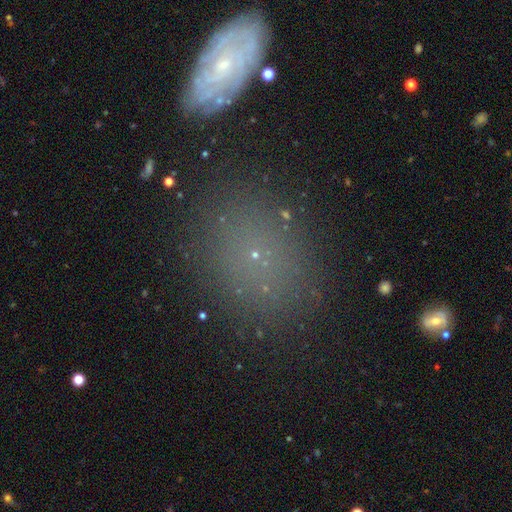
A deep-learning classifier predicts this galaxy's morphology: smooth-or-featured: smooth: 53% | star or artifact: 29% | featured or disk: 17%
  how-rounded: round: 53% | in between: 44% | cigar-shaped: 2%
  merging: none: 82% | minor disturbance: 10% | major disturbance: 4% | merger: 4%